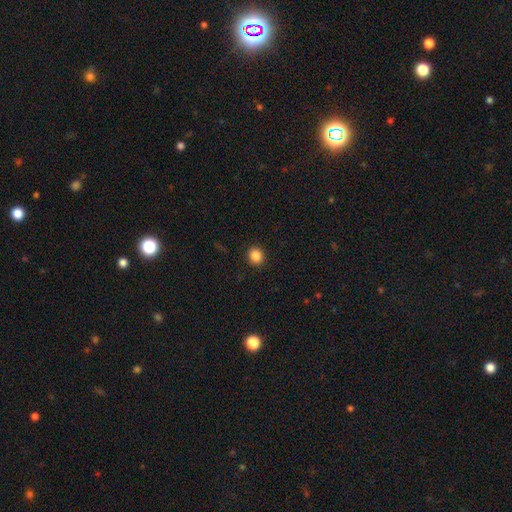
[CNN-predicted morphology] A smooth galaxy with no disk features (86%) that is round (79%). Merging: none (91%).